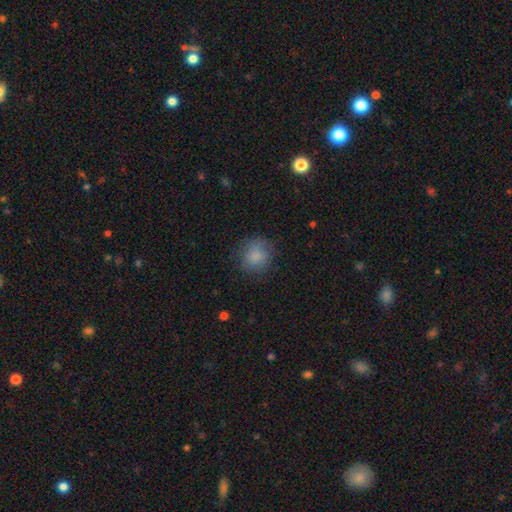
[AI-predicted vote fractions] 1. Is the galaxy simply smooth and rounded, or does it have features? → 85% smooth, 9% star or artifact, 7% featured or disk.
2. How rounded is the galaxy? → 85% round, 14% in between, 1% cigar-shaped.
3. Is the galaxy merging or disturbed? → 78% none, 16% minor disturbance, 6% major disturbance, 1% merger.